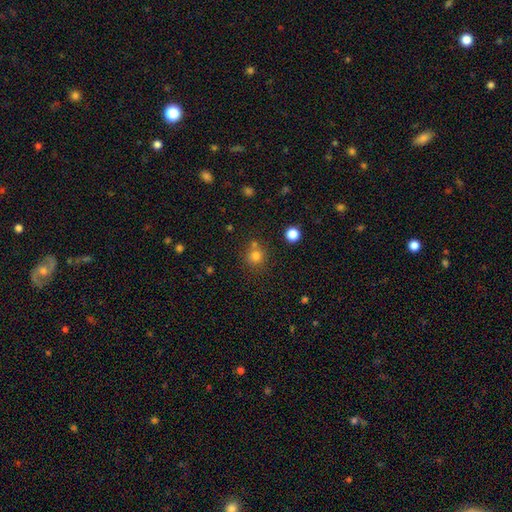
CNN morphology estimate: type=smooth (77%); roundness=round (90%); merging=none (69%).